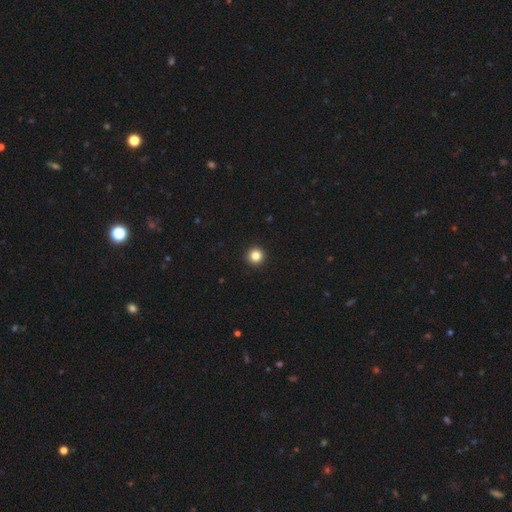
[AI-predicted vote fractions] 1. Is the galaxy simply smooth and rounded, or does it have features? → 84% smooth, 12% star or artifact, 4% featured or disk.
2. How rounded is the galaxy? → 96% round, 3% in between, 1% cigar-shaped.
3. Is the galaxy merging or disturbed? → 94% none, 4% minor disturbance, 1% major disturbance, 1% merger.